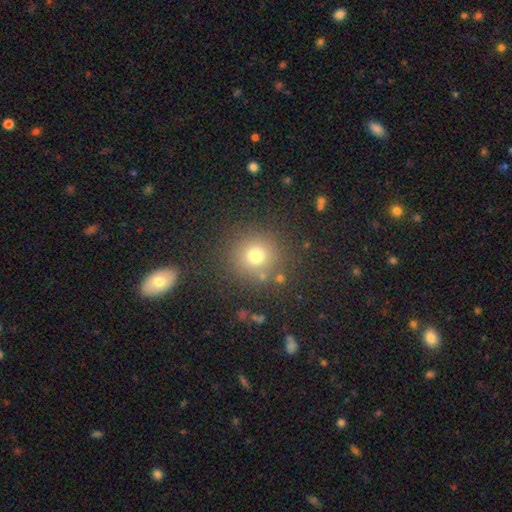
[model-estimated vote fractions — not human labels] Smooth or featured: smooth — 72% (star or artifact — 19%)
How rounded: round — 92% (in between — 7%)
Merging: none — 83% (minor disturbance — 9%)